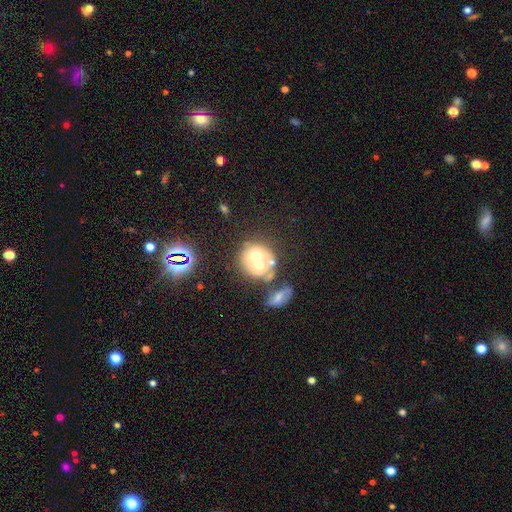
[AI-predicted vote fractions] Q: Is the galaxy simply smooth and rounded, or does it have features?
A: smooth — 44%.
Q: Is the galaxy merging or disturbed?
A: merger — 56%.